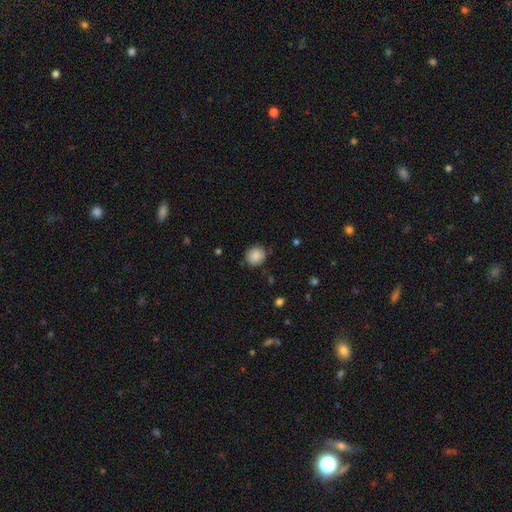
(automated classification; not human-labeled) Smooth or featured? Predicted: smooth (p=0.85). How rounded? Predicted: round (p=0.86). Merging? Predicted: none (p=0.81).